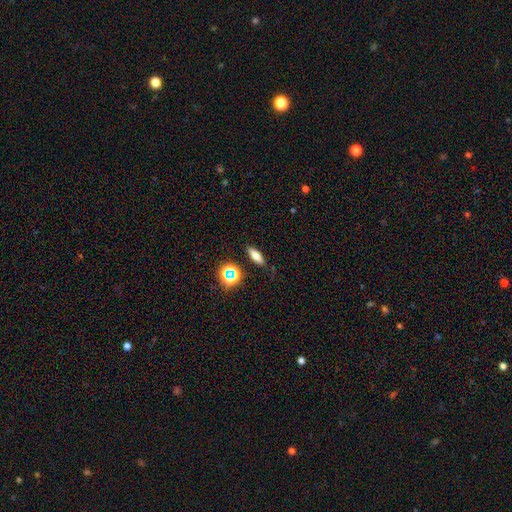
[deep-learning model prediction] Smooth or featured: smooth — 68% (featured or disk — 17%)
How rounded: in between — 48% (cigar-shaped — 45%)
Merging: none — 83% (minor disturbance — 11%)